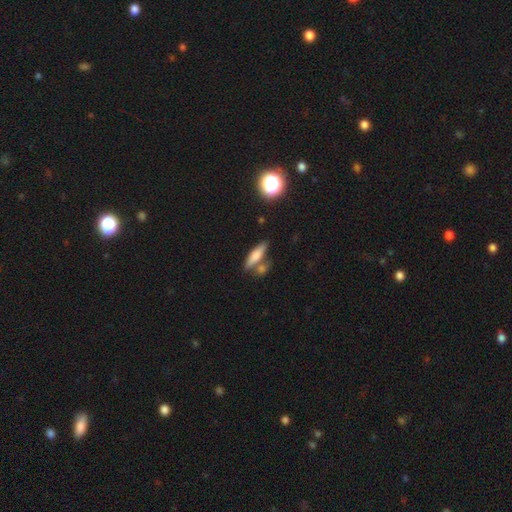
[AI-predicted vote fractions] Smooth or featured?
  - smooth: 65% *
  - featured or disk: 25%
  - star or artifact: 9%
How rounded?
  - cigar-shaped: 65% *
  - in between: 31%
  - round: 4%
Merging?
  - none: 64% *
  - merger: 19%
  - minor disturbance: 13%
  - major disturbance: 4%